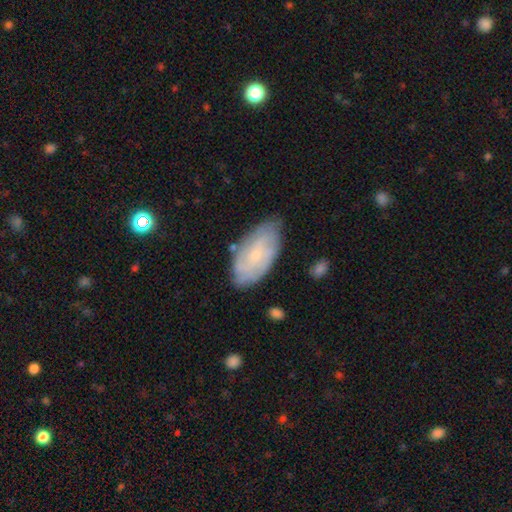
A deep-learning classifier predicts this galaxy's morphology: smooth-or-featured: featured or disk: 57% | smooth: 36% | star or artifact: 7%
  disk-edge-on: no: 93% | yes: 7%
    bar: no: 74% | weak: 23% | strong: 4%
    has-spiral-arms: yes: 76% | no: 24%
    bulge-size: small: 78% | moderate: 18% | none: 3% | large: 1% | dominant: 1%
  merging: none: 72% | minor disturbance: 22% | major disturbance: 4% | merger: 2%